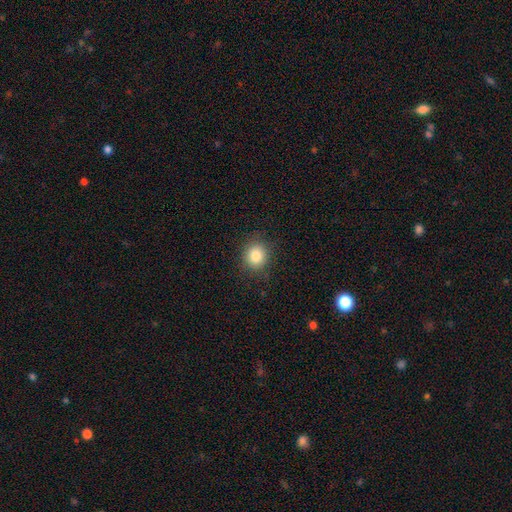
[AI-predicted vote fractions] smooth 83%, star or artifact 11%, featured or disk 6%. Down the decision tree: how rounded — round (79%); merging — none (88%).